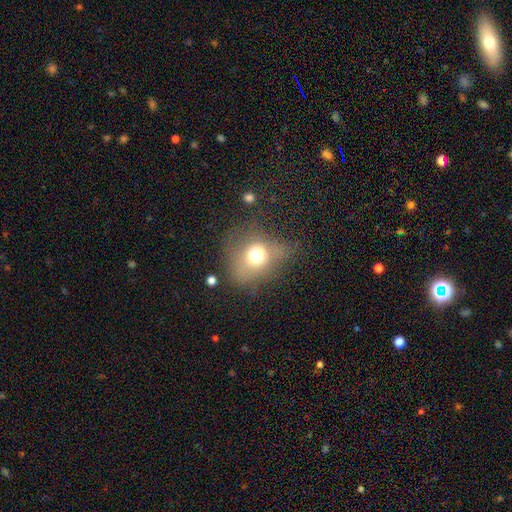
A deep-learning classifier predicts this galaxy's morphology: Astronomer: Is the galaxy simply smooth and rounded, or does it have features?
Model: smooth — 65%.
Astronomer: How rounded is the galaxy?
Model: round — 63%.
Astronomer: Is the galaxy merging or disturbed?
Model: none — 46% (runner-up: minor disturbance, 27%).